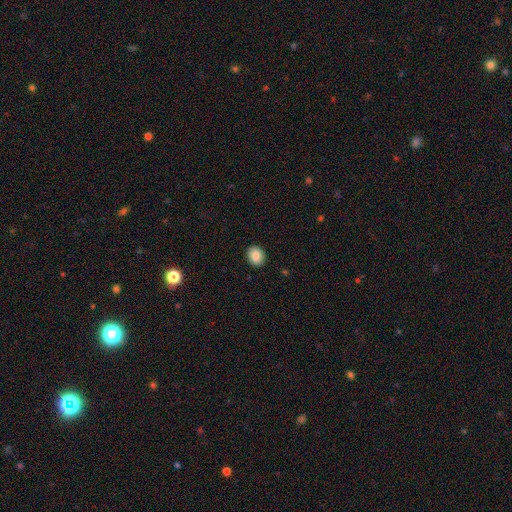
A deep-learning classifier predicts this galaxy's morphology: This appears to be a smooth galaxy with no disk features (87%) that is round (54%). Merging: none (90%).